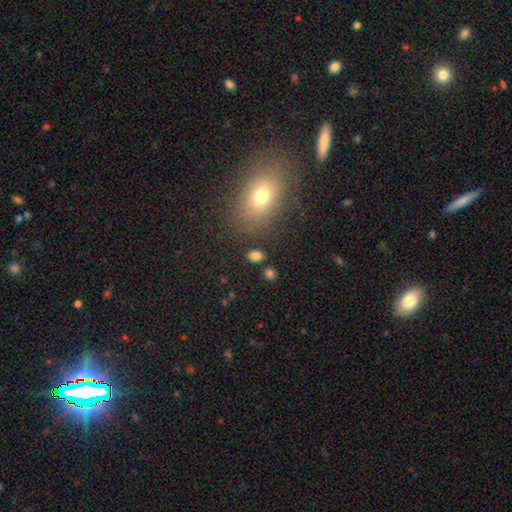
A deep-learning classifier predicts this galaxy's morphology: The model was most divided on "how rounded": in between: 77%, round: 21%, cigar-shaped: 2%. More confident: merging — none (82%); smooth or featured — smooth (81%).